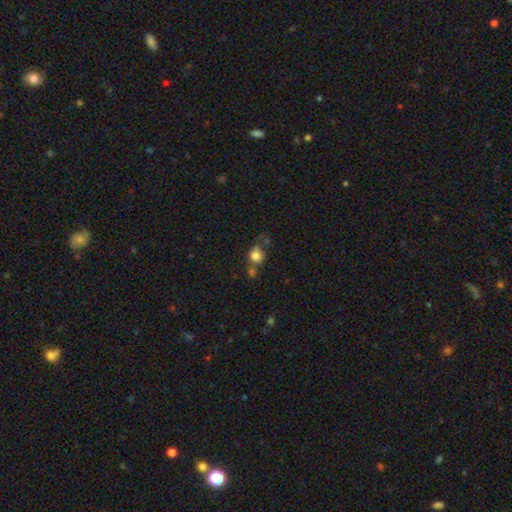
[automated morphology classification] Smooth or featured? smooth (79%)
How rounded? round (78%)
Merging? none (49%)